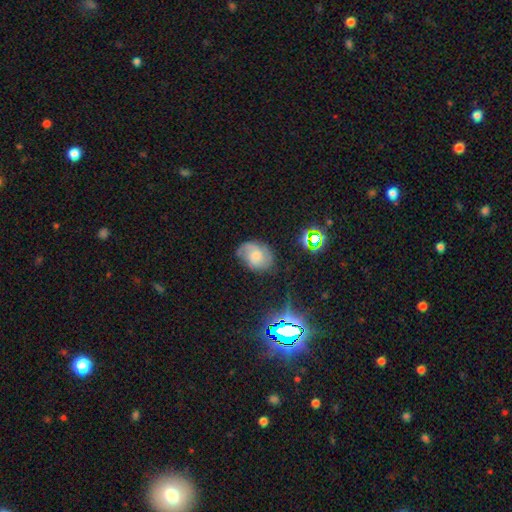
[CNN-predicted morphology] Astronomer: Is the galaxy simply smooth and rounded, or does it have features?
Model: featured or disk — 54% (runner-up: smooth, 34%).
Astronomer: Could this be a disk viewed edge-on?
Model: no — 97%.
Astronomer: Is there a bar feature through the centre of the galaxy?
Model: no — 69%.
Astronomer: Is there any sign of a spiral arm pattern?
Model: yes — 88%.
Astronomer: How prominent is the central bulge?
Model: small — 42% (runner-up: moderate, 36%).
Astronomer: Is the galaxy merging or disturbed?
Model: none — 62%.